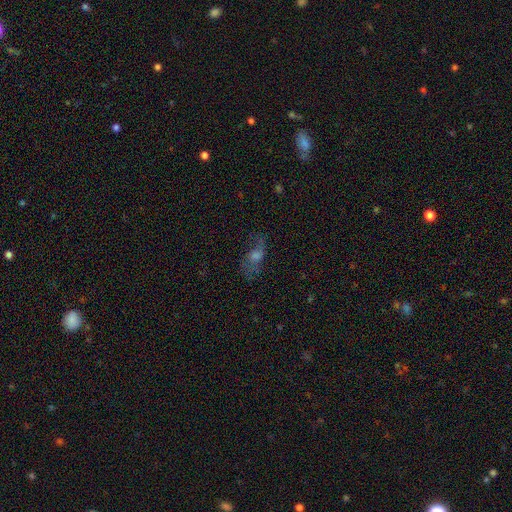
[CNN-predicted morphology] smooth_or_featured: featured or disk (p=0.48) [alt: smooth p=0.32]
merging: none (p=0.59) [alt: minor disturbance p=0.20]